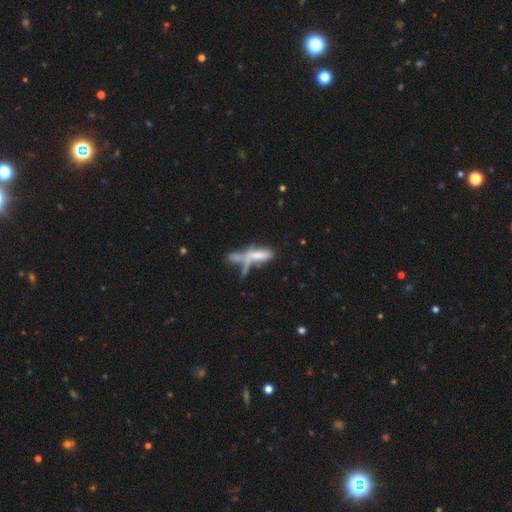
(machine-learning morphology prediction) The model was most divided on "how rounded": cigar-shaped: 60%, in between: 37%, round: 3%. More confident: smooth or featured — smooth (61%); merging — merger (50%).